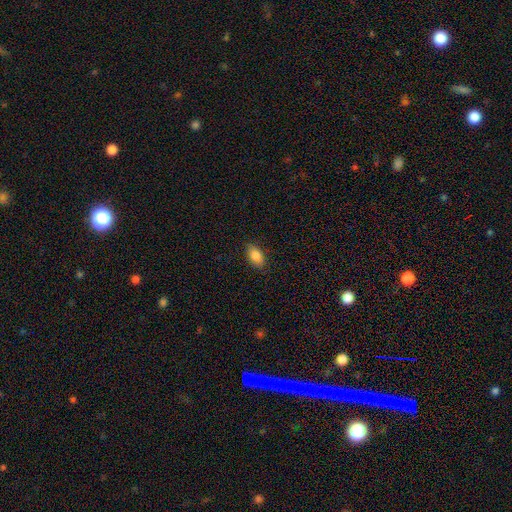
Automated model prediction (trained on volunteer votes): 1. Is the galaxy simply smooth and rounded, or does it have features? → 86% smooth, 8% star or artifact, 6% featured or disk.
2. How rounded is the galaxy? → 89% in between, 9% round, 2% cigar-shaped.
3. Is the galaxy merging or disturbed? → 85% none, 12% minor disturbance, 3% major disturbance, 1% merger.